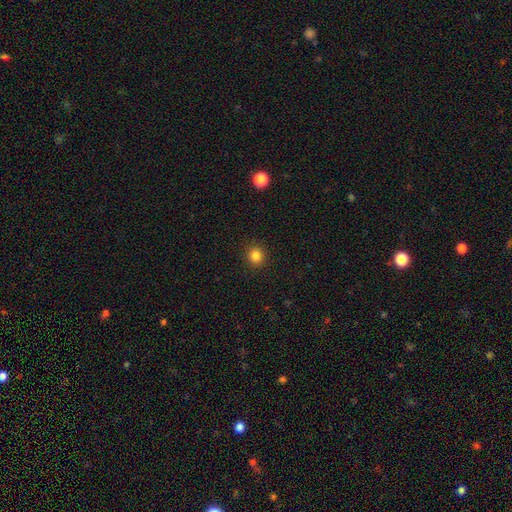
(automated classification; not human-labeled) Smooth or featured: smooth — 83% (star or artifact — 13%)
How rounded: round — 89% (in between — 10%)
Merging: none — 92% (minor disturbance — 5%)